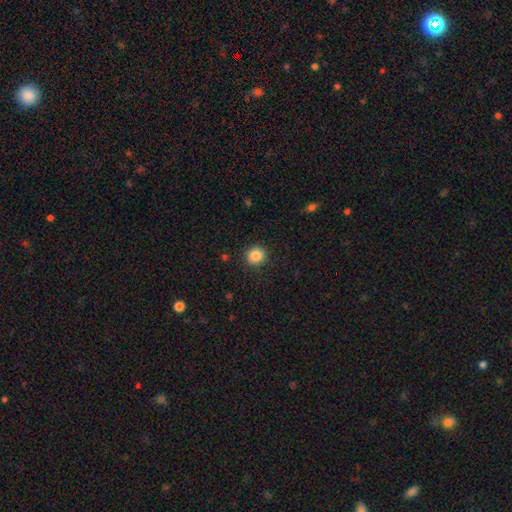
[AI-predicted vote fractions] Smooth or featured: smooth — 85% (star or artifact — 10%)
How rounded: round — 87% (in between — 12%)
Merging: none — 91% (minor disturbance — 6%)